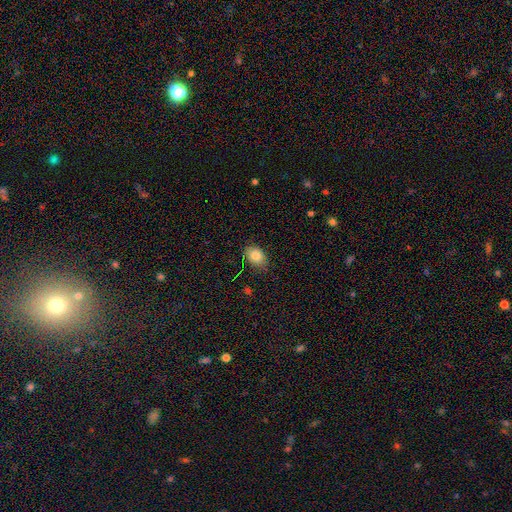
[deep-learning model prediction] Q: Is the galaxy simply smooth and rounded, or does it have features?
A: smooth — 84%.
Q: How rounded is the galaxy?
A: in between — 75%.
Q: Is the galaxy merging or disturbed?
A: none — 79%.